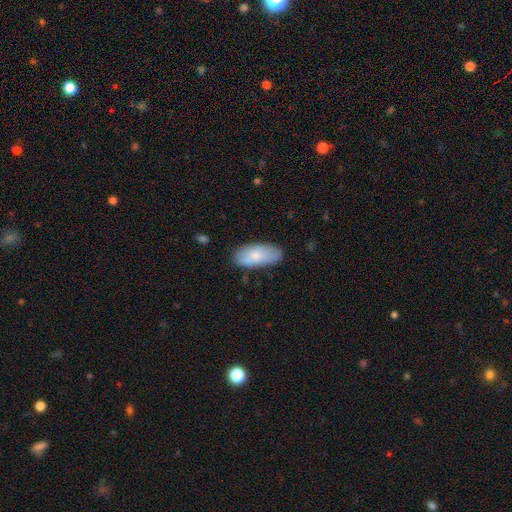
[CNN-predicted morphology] Smooth or featured: smooth — 76% (featured or disk — 18%)
How rounded: in between — 91% (cigar-shaped — 6%)
Merging: none — 76% (minor disturbance — 18%)